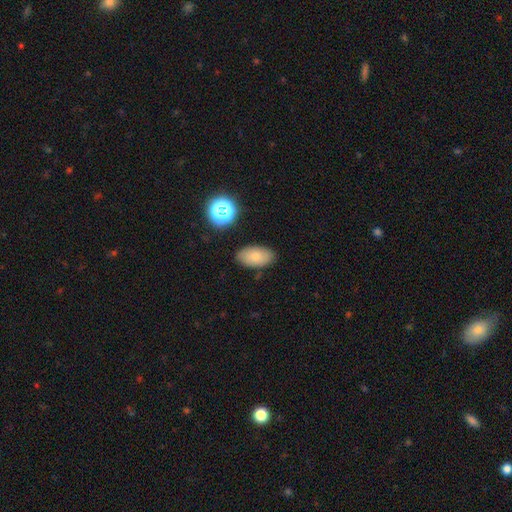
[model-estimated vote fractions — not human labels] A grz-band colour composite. It shows a smooth galaxy with no disk features (76%) that is in between round and cigar-shaped (92%). Merging: none (84%).